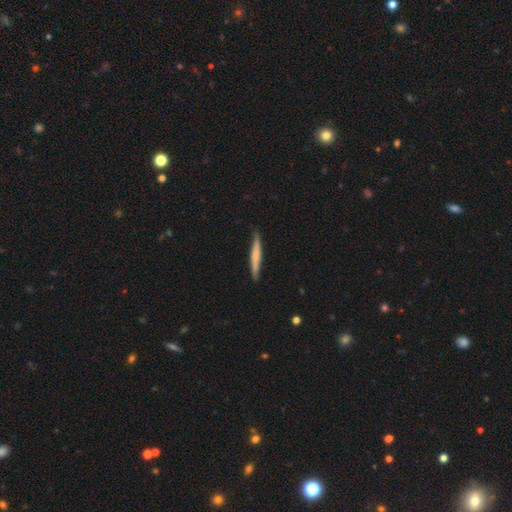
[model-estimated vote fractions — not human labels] smooth 54%, featured or disk 41%, star or artifact 5%. Down the decision tree: how rounded — cigar-shaped (95%); merging — none (82%).